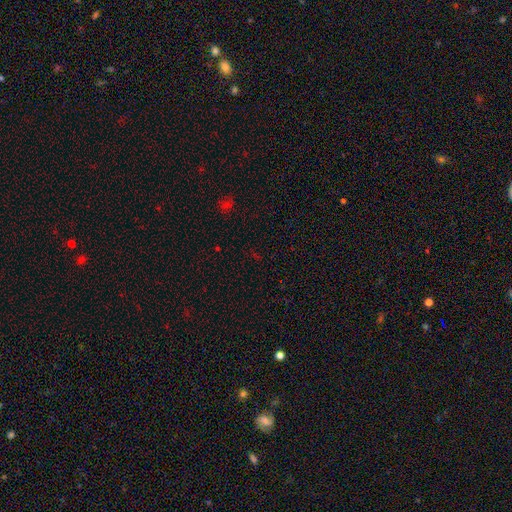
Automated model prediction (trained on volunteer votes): A star or artifact, not a galaxy (69%).

Vote fractions:
- Smooth or featured? star or artifact: 69% / smooth: 23% / featured or disk: 8%